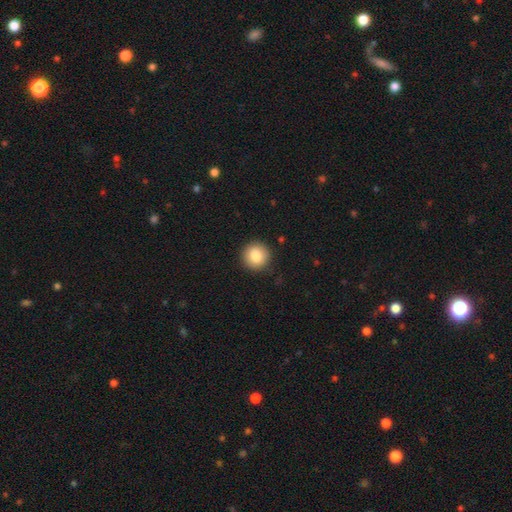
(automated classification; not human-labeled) A smooth galaxy with no disk features (83%) that is round (93%). Merging: none (91%).